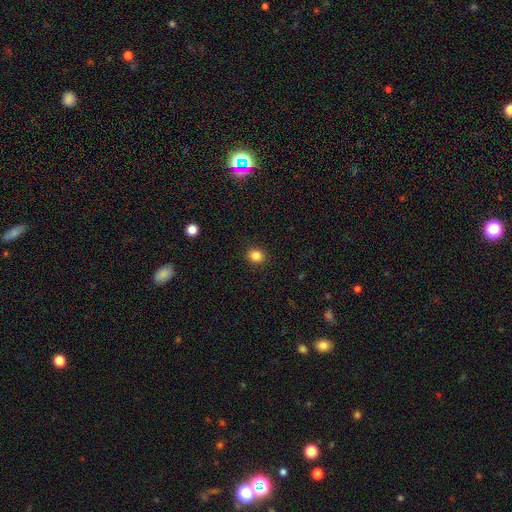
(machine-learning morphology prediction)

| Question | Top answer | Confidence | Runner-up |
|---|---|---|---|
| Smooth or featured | smooth | 85% | star or artifact (11%) |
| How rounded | round | 75% | in between (24%) |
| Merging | none | 90% | minor disturbance (6%) |